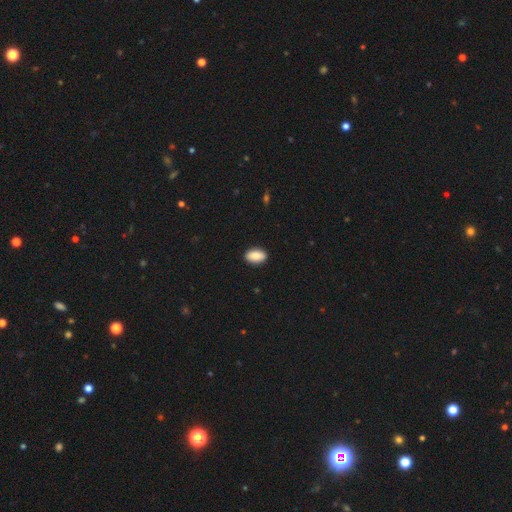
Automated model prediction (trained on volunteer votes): The model was most divided on "merging": none: 90%, minor disturbance: 8%, major disturbance: 2%, merger: 1%. More confident: how rounded — in between (93%); smooth or featured — smooth (90%).